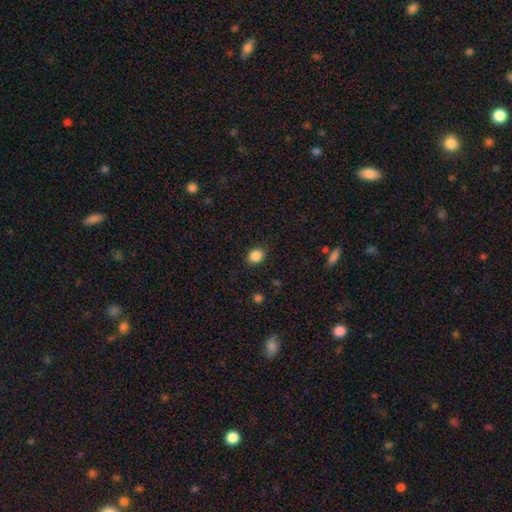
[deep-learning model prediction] Smooth or featured?
  - smooth: 87% *
  - star or artifact: 10%
  - featured or disk: 4%
How rounded?
  - round: 53% *
  - in between: 47%
  - cigar-shaped: 1%
Merging?
  - none: 89% *
  - minor disturbance: 8%
  - major disturbance: 2%
  - merger: 1%